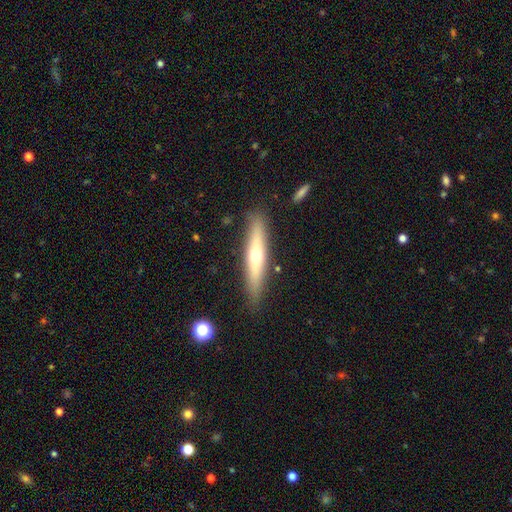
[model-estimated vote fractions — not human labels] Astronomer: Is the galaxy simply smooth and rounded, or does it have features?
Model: featured or disk — 53% (runner-up: smooth, 41%).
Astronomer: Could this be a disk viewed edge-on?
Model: yes — 89%.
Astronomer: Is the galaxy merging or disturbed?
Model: none — 86%.